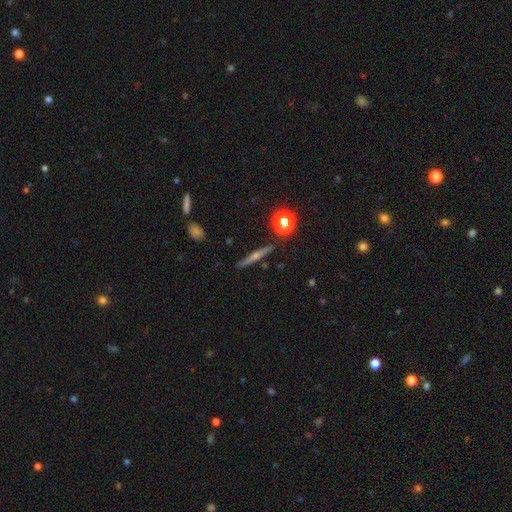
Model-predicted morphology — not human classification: Smooth or featured: featured or disk — 65% (smooth — 24%)
Edge-on disk: yes — 96% (no — 4%)
Edge-on bulge: rounded — 84% (none — 11%)
Merging: none — 90% (minor disturbance — 7%)